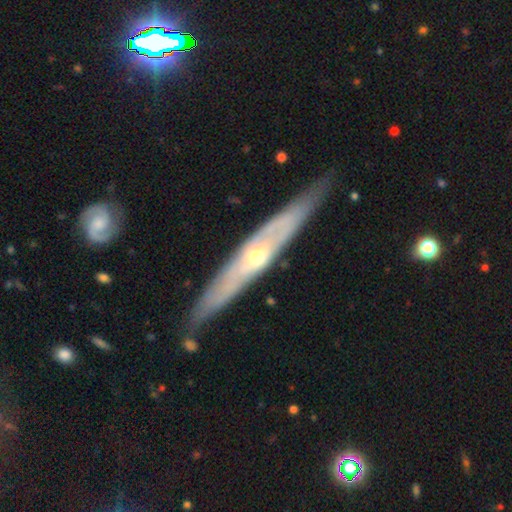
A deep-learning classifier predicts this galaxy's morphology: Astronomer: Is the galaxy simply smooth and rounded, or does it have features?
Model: featured or disk — 74%.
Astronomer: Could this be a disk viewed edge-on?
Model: yes — 77%.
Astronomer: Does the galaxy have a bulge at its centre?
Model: rounded — 75%.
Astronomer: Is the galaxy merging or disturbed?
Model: none — 83%.